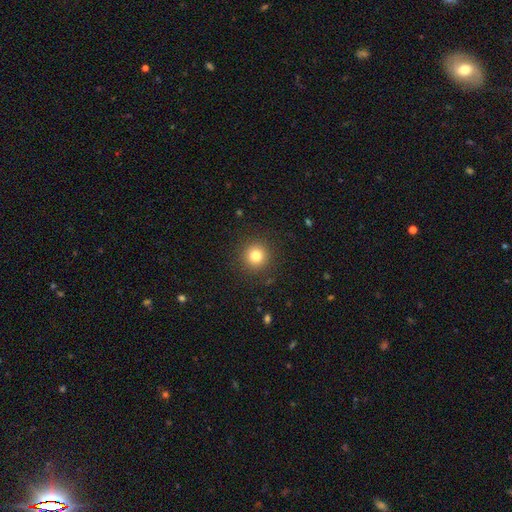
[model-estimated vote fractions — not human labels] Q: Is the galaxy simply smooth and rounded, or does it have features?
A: smooth — 80%.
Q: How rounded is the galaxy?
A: round — 95%.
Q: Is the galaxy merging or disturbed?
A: none — 91%.